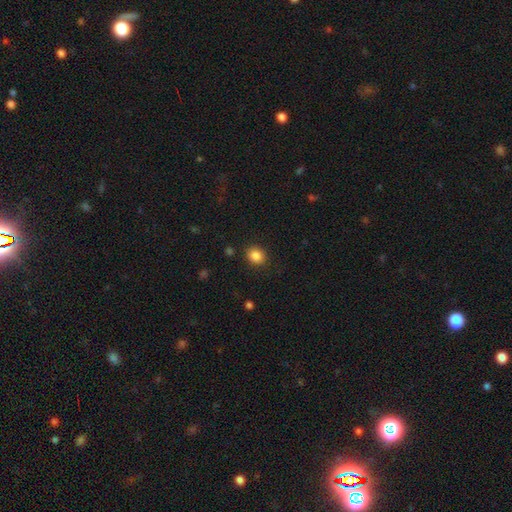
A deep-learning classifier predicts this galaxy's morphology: type=smooth (86%); roundness=round (64%); merging=none (88%).